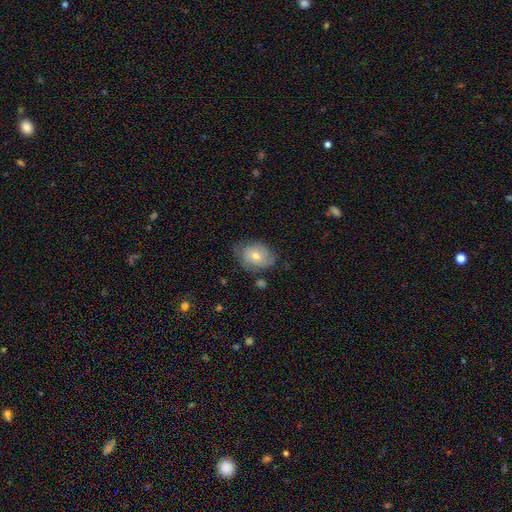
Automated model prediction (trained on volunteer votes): The model was most divided on "how rounded": in between: 60%, round: 39%, cigar-shaped: 1%. More confident: smooth or featured — smooth (59%); merging — none (59%).